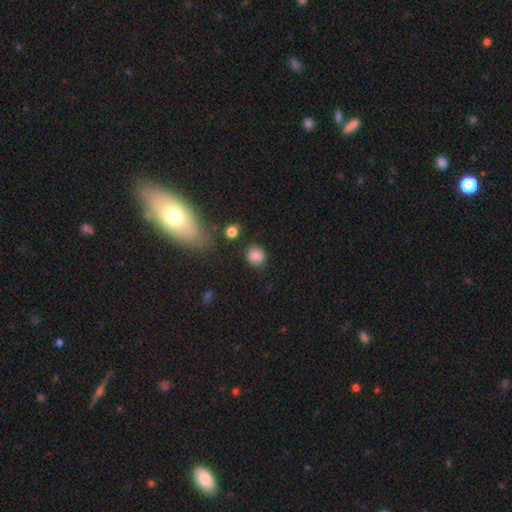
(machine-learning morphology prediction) A smooth galaxy with no disk features (84%) that is round (79%). Merging: none (81%).